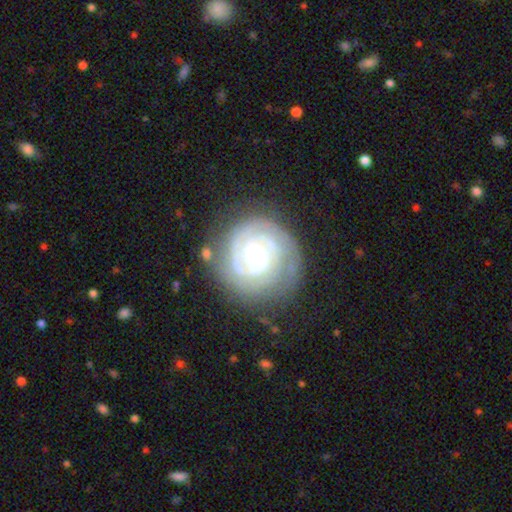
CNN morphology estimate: type=featured or disk (85%); edge-on=no (98%); bar=no (72%); spiral arms=yes (97%); winding=tight (82%); arm count=2 (41%); bulge=moderate (49%); merging=none (78%).